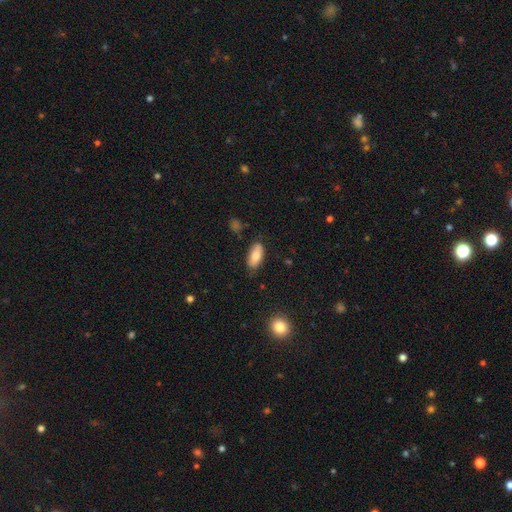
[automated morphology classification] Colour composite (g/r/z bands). It shows a smooth galaxy with no disk features (80%) that is in between round and cigar-shaped (87%). Merging: none (76%).